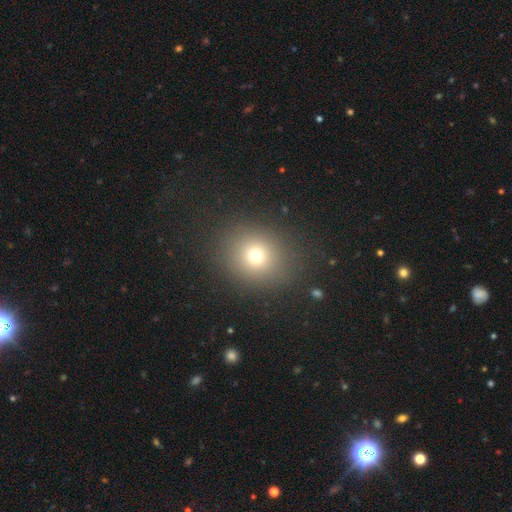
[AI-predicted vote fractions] smooth-or-featured: smooth: 71% | star or artifact: 18% | featured or disk: 10%
  how-rounded: round: 76% | in between: 23% | cigar-shaped: 1%
  merging: none: 85% | minor disturbance: 8% | major disturbance: 5% | merger: 1%